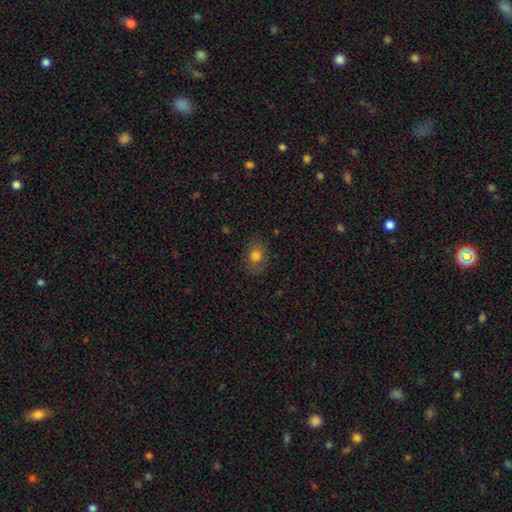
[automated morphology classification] smooth-or-featured: smooth: 77% | star or artifact: 12% | featured or disk: 11%
  how-rounded: in between: 54% | round: 45% | cigar-shaped: 1%
  merging: none: 80% | minor disturbance: 14% | major disturbance: 4% | merger: 1%